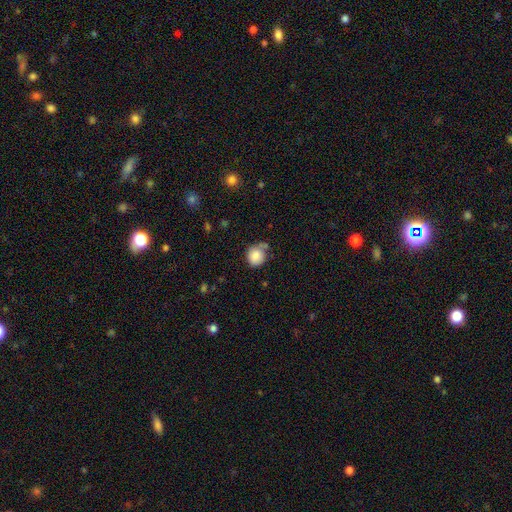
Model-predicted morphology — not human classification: smooth-or-featured: smooth: 84% | star or artifact: 9% | featured or disk: 8%
  how-rounded: round: 81% | in between: 18% | cigar-shaped: 1%
  merging: none: 60% | minor disturbance: 24% | merger: 9% | major disturbance: 7%